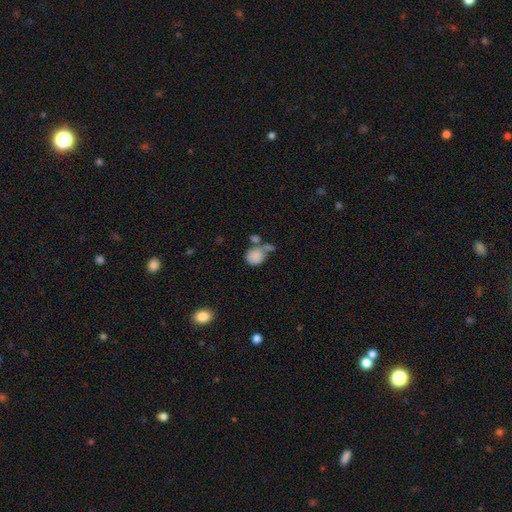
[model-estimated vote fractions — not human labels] This appears to be a smooth galaxy with no disk features (80%) that is round (69%). Merging: merger (37%).